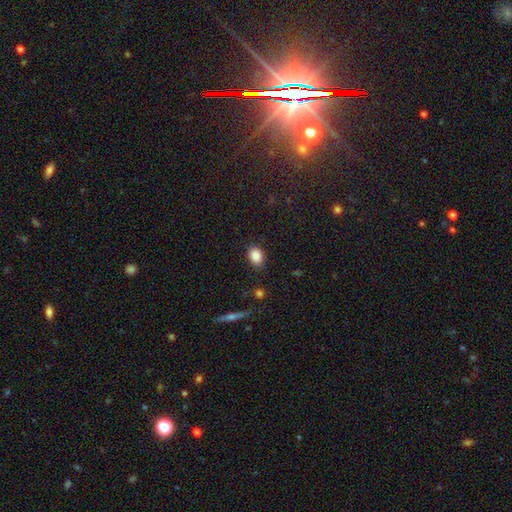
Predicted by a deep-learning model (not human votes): This appears to be a smooth galaxy with no disk features (85%) that is in between round and cigar-shaped (76%). Merging: none (85%).